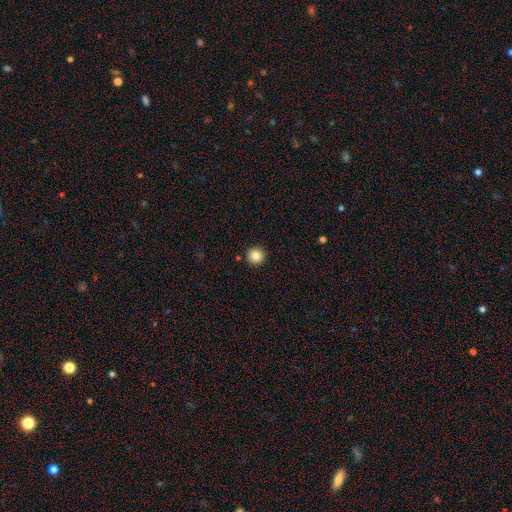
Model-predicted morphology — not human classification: smooth_or_featured: smooth (p=0.85) [alt: star or artifact p=0.10]
how_rounded: round (p=0.96) [alt: in between p=0.03]
merging: none (p=0.92) [alt: minor disturbance p=0.05]